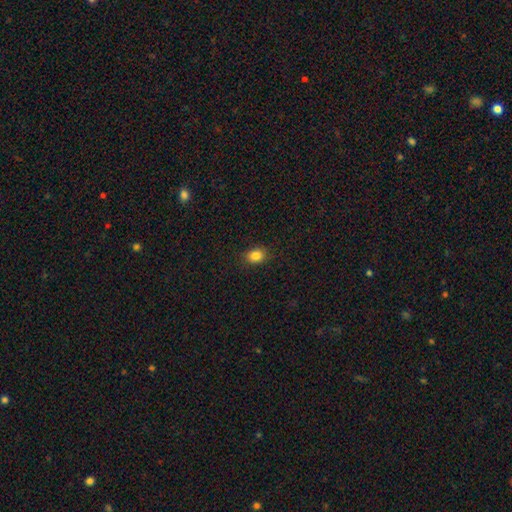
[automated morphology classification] The model was most divided on "how rounded": in between: 50%, round: 49%, cigar-shaped: 1%. More confident: merging — none (87%); smooth or featured — smooth (84%).